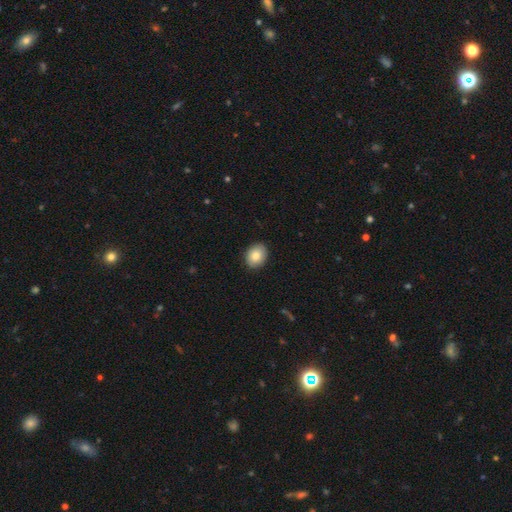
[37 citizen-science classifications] smooth_or_featured: smooth (p=0.89) [alt: featured or disk p=0.08]
how_rounded: in between (p=0.61) [alt: round p=0.39]
merging: none (p=0.89) [alt: minor disturbance p=0.08]